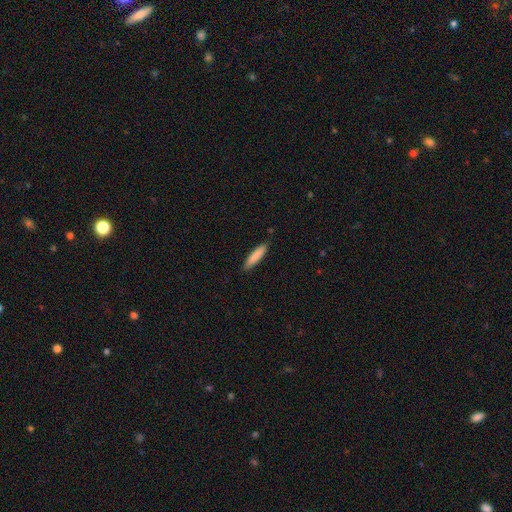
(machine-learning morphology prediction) A smooth galaxy with no disk features (86%) that is cigar-shaped (79%).

Vote fractions:
- Smooth or featured? smooth: 86% / featured or disk: 8% / star or artifact: 6%
- How rounded? cigar-shaped: 79% / in between: 19% / round: 1%
- Merging? none: 87% / minor disturbance: 10% / major disturbance: 2% / merger: 1%